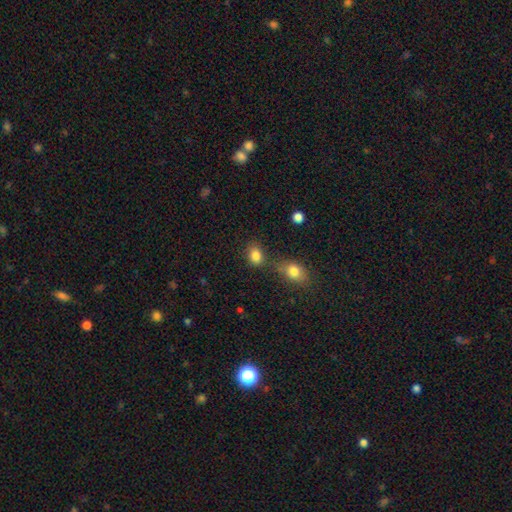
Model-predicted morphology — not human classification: This is clearly a smooth galaxy (84%). How rounded: likely in between (62%). Merging: likely none (62%).